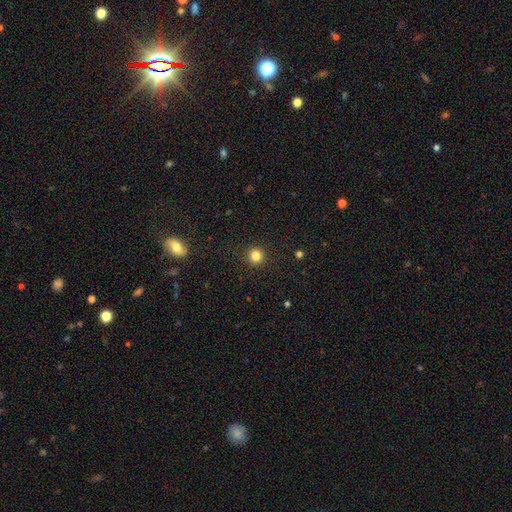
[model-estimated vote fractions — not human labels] smooth-or-featured: smooth: 83% | star or artifact: 12% | featured or disk: 5%
  how-rounded: round: 94% | in between: 5% | cigar-shaped: 1%
  merging: none: 92% | minor disturbance: 5% | major disturbance: 2% | merger: 1%